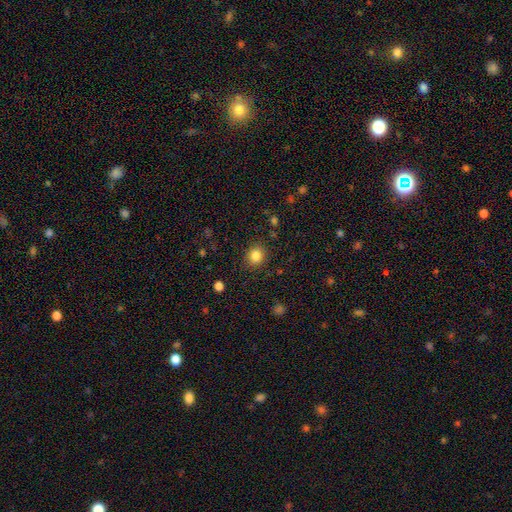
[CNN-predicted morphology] Smooth or featured? smooth (84%)
How rounded? round (74%)
Merging? none (87%)